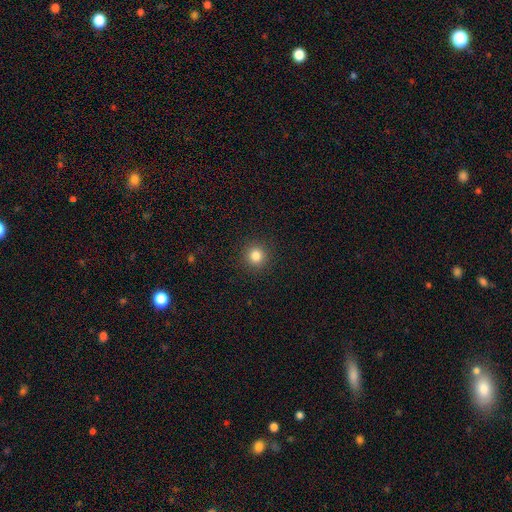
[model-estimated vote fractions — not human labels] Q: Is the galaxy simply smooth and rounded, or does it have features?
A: smooth — 83%.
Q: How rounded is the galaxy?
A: round — 94%.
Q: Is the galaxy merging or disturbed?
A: none — 92%.